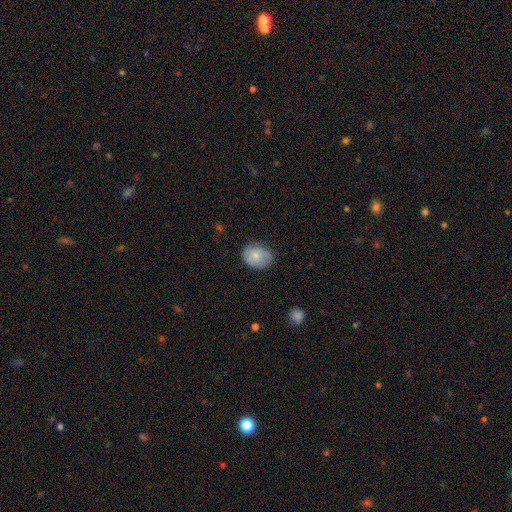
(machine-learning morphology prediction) Overall: smooth (72%). How rounded: in between (57%; round 42%). Merging: none (72%).